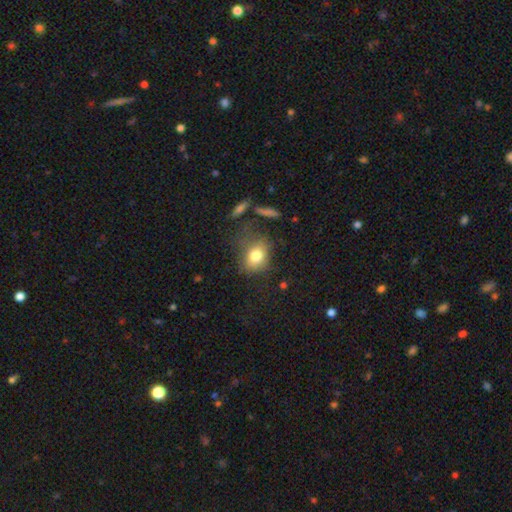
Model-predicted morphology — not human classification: This is likely a smooth galaxy (79%). How rounded: possibly in between (53%). Merging: likely none (62%).